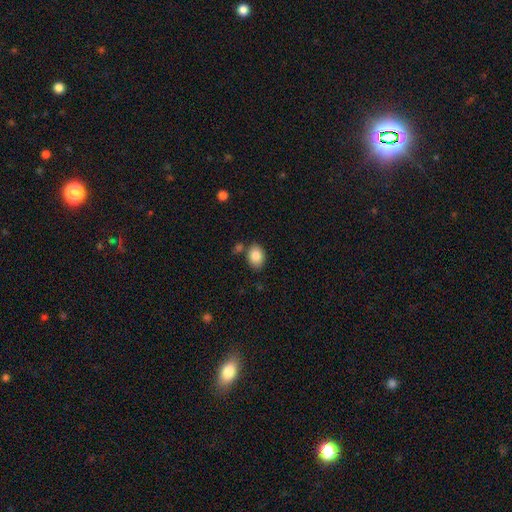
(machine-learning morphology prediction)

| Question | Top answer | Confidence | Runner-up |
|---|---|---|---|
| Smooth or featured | smooth | 85% | star or artifact (8%) |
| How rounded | in between | 73% | round (26%) |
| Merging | none | 77% | minor disturbance (12%) |